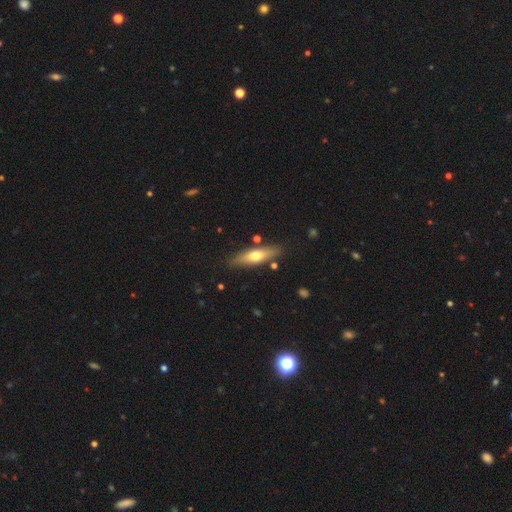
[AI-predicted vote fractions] Smooth or featured? Predicted: smooth (p=0.57). How rounded? Predicted: cigar-shaped (p=0.61). Merging? Predicted: none (p=0.83).